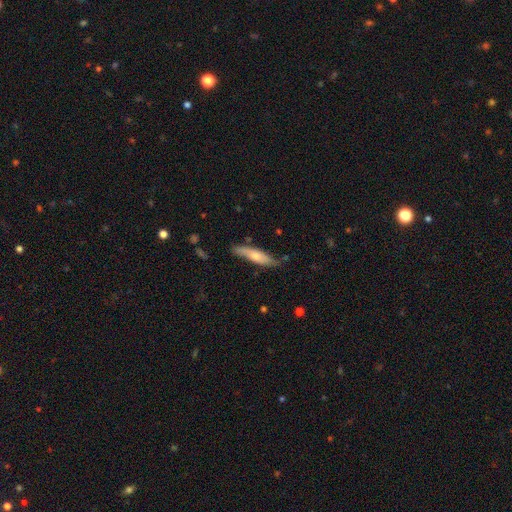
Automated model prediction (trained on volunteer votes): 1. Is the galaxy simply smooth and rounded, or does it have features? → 57% smooth, 37% featured or disk, 5% star or artifact.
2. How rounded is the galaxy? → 75% cigar-shaped, 24% in between, 2% round.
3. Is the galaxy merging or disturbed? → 72% none, 22% minor disturbance, 4% major disturbance, 2% merger.